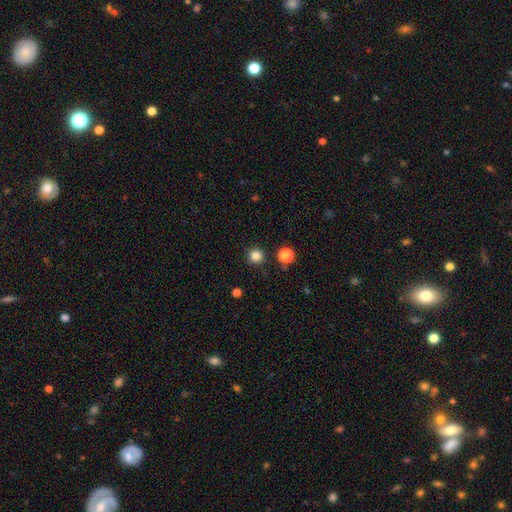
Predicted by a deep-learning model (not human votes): This is clearly a smooth galaxy (83%). How rounded: clearly round (96%). Merging: clearly none (92%).